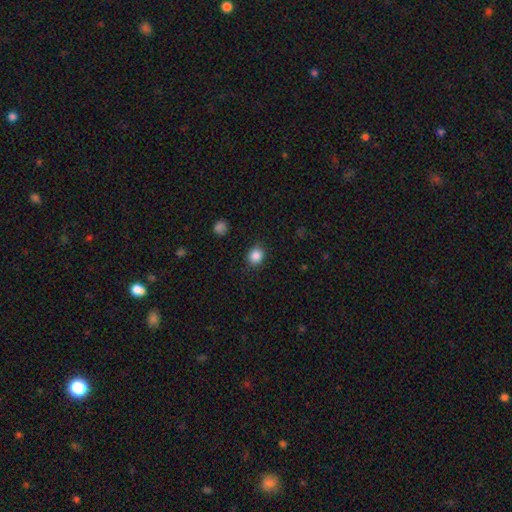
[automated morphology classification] A smooth galaxy with no disk features (87%) that is round (70%). Merging: none (86%).